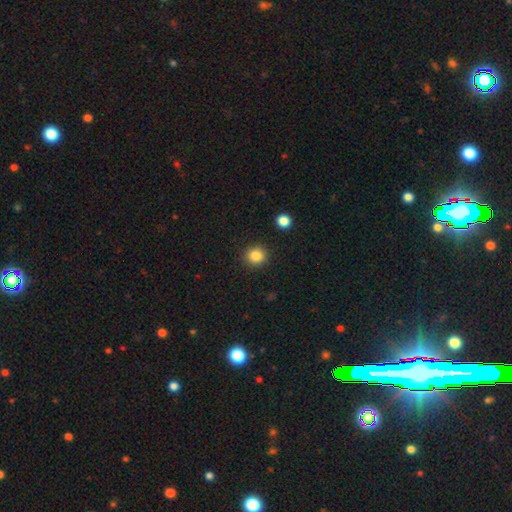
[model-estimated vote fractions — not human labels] Q: Smooth or featured?
A: smooth (85%); runner-up: star or artifact (11%)
Q: How rounded?
A: round (89%); runner-up: in between (10%)
Q: Merging?
A: none (91%); runner-up: minor disturbance (6%)